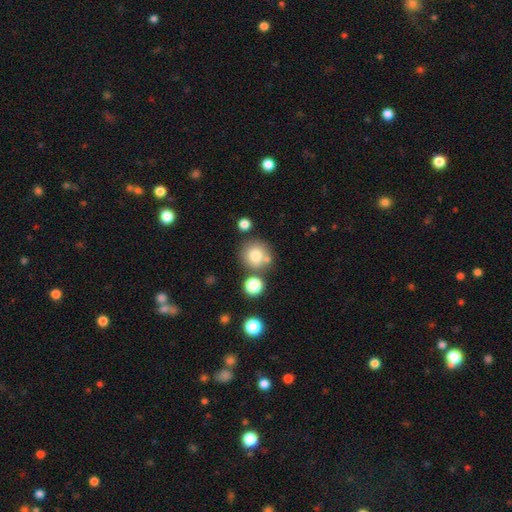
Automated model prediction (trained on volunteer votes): smooth-or-featured: smooth: 78% | star or artifact: 11% | featured or disk: 11%
  how-rounded: round: 91% | in between: 8% | cigar-shaped: 1%
  merging: none: 69% | merger: 16% | minor disturbance: 11% | major disturbance: 4%